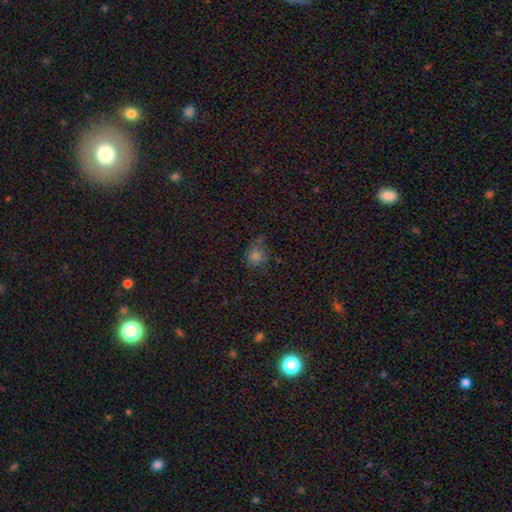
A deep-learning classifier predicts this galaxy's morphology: A smooth galaxy with no disk features (71%) that is round (80%). Merging: none (65%).